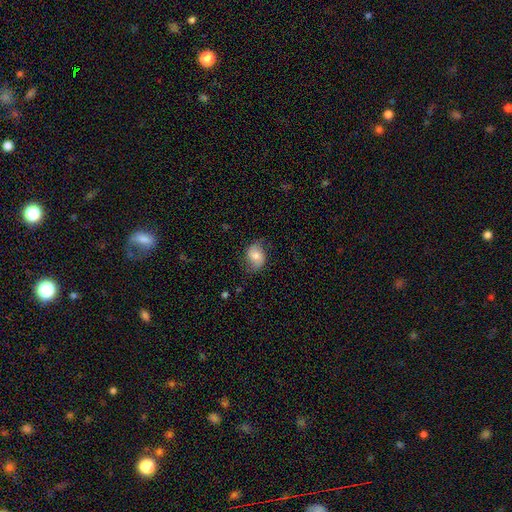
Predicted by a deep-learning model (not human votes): smooth-or-featured: smooth: 60% | featured or disk: 32% | star or artifact: 8%
  how-rounded: in between: 67% | round: 32% | cigar-shaped: 1%
  merging: none: 69% | minor disturbance: 22% | major disturbance: 7% | merger: 1%